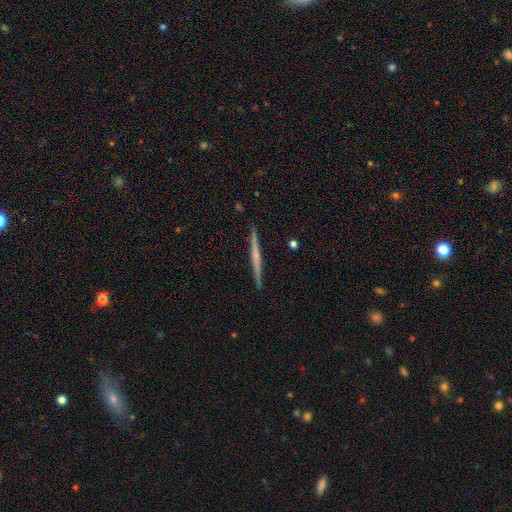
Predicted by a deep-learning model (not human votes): This appears to be a featured or disk galaxy (57%) viewed edge-on (98%) with no central bulge (77%). Merging: none (92%).